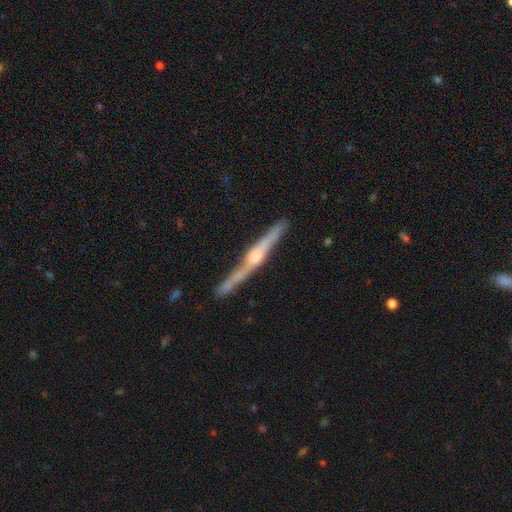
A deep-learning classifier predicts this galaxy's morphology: A featured or disk galaxy (85%) viewed edge-on (98%) with a rounded central bulge (84%). Merging: none (83%).